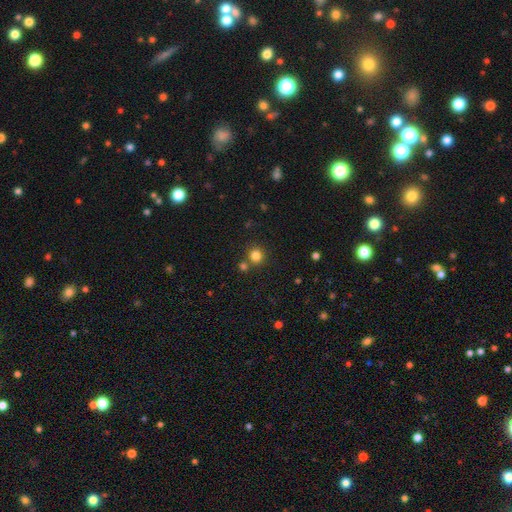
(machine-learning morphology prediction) Smooth or featured? Predicted: smooth (p=0.82). How rounded? Predicted: round (p=0.91). Merging? Predicted: none (p=0.76).